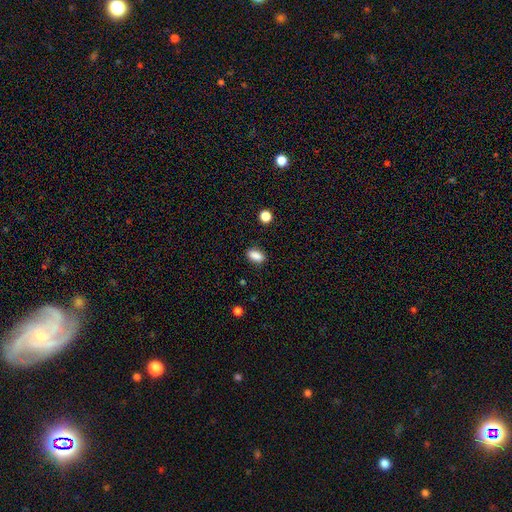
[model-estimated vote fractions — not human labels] Smooth or featured? smooth (88%)
How rounded? in between (86%)
Merging? none (87%)